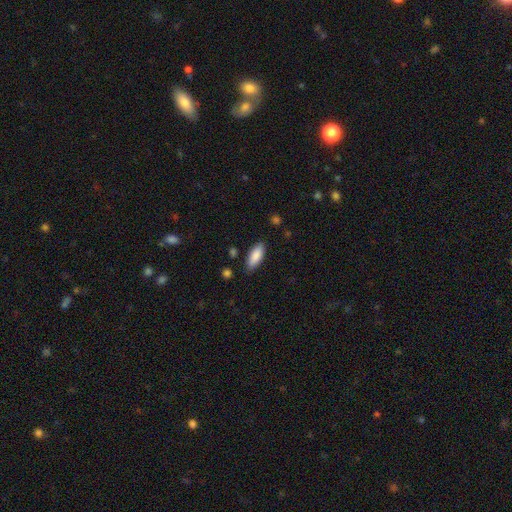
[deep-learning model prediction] Smooth or featured? smooth (87%)
How rounded? in between (79%)
Merging? none (84%)